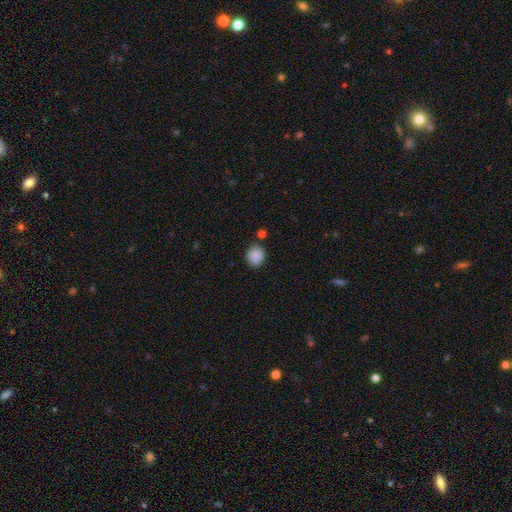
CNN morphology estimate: type=smooth (87%); roundness=round (83%); merging=none (78%).